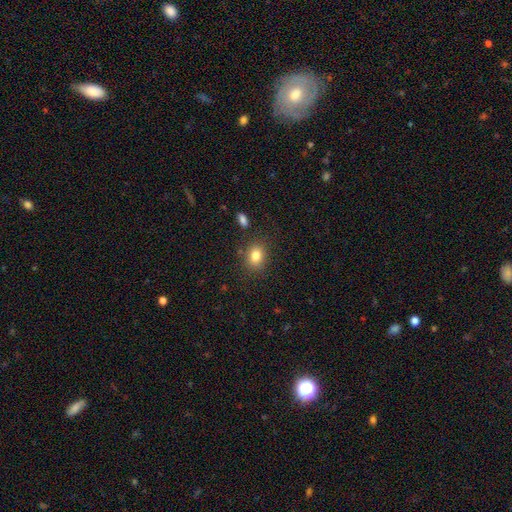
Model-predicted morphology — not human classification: Smooth or featured: smooth — 82% (star or artifact — 11%)
How rounded: in between — 54% (round — 45%)
Merging: none — 82% (minor disturbance — 11%)